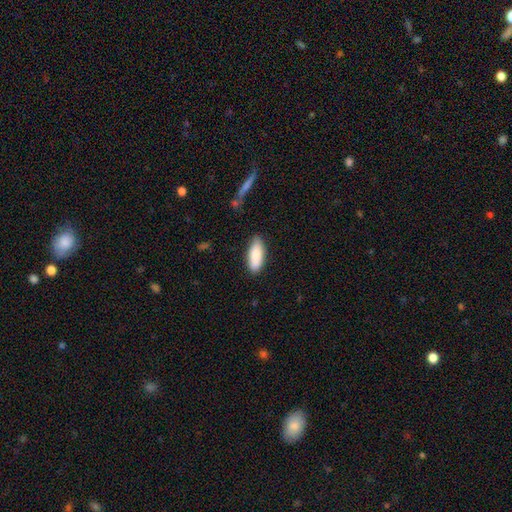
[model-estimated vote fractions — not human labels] Smooth or featured? smooth (87%)
How rounded? in between (75%)
Merging? none (83%)